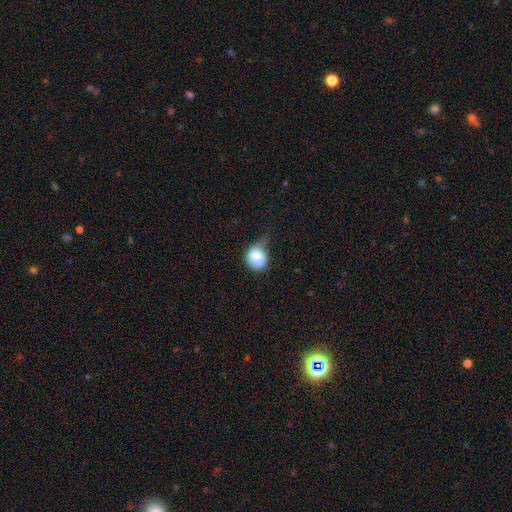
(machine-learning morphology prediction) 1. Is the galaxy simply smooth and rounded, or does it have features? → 80% smooth, 12% featured or disk, 9% star or artifact.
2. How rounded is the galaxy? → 69% round, 30% in between, 1% cigar-shaped.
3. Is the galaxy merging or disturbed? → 48% minor disturbance, 25% none, 24% major disturbance, 3% merger.